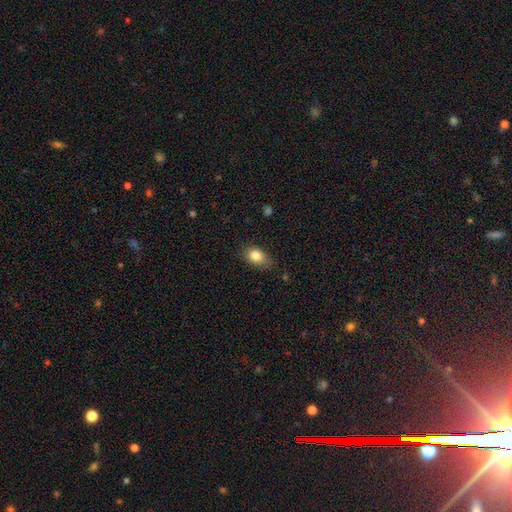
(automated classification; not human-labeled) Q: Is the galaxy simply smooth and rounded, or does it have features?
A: smooth — 82%.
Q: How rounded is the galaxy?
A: in between — 80%.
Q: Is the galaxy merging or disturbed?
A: none — 74%.